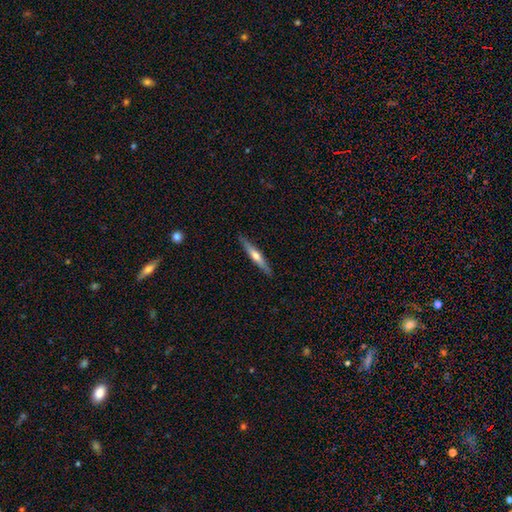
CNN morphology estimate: This appears to be a featured or disk galaxy (51%) viewed edge-on (94%). Merging: none (88%).